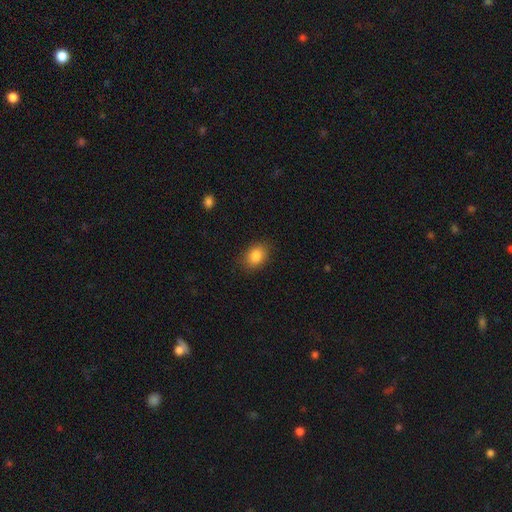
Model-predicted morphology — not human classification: type=smooth (85%); roundness=in between (72%); merging=none (83%).